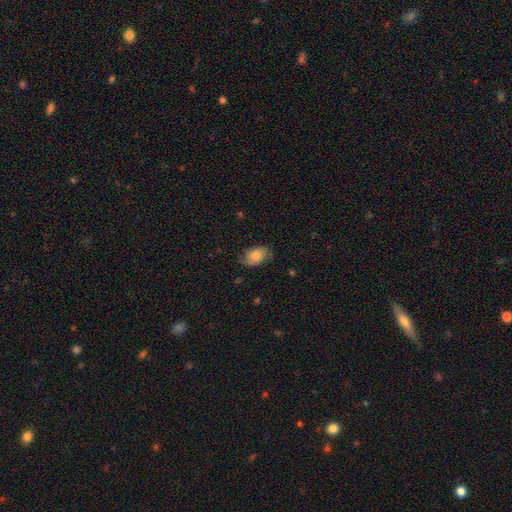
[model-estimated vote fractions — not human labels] The model was most divided on "smooth or featured": smooth: 64%, featured or disk: 28%, star or artifact: 8%. More confident: how rounded — in between (89%); merging — none (72%).